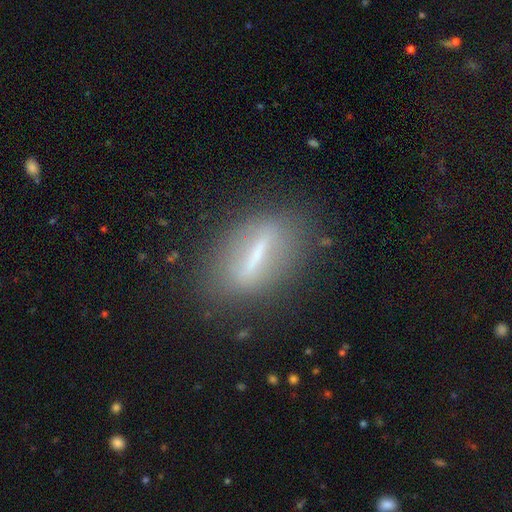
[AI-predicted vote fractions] Smooth or featured: featured or disk — 56% (smooth — 33%)
Edge-on disk: no — 56% (yes — 44%)
Merging: none — 81% (minor disturbance — 11%)